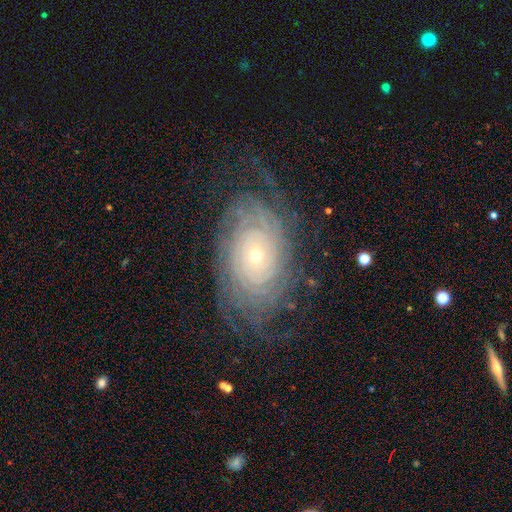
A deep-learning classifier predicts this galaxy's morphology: featured or disk 83%, smooth 10%, star or artifact 7%. Down the decision tree: edge-on disk — no (95%); bar — no (84%); spiral arms — yes (94%); spiral arm count — can't tell (41%); spiral winding — tight (82%); bulge size — small (72%); merging — none (73%).